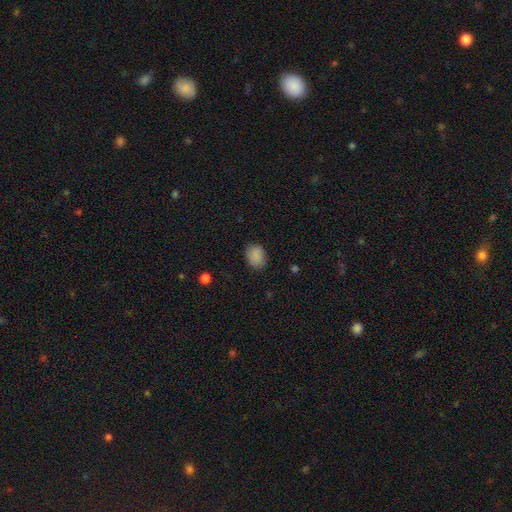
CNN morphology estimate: Smooth or featured? Predicted: smooth (p=0.86). How rounded? Predicted: in between (p=0.69). Merging? Predicted: none (p=0.83).